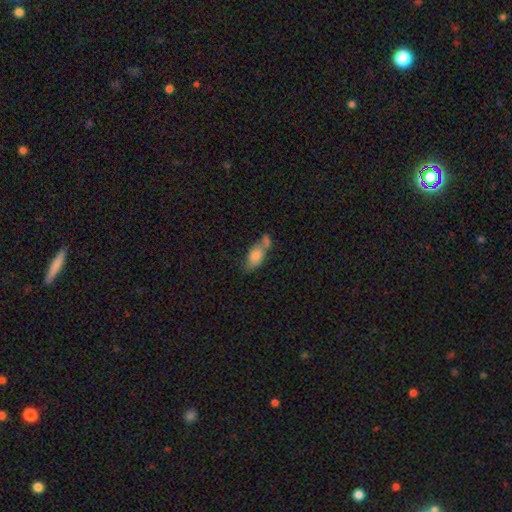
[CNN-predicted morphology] Smooth or featured? smooth (73%)
How rounded? in between (83%)
Merging? merger (40%)